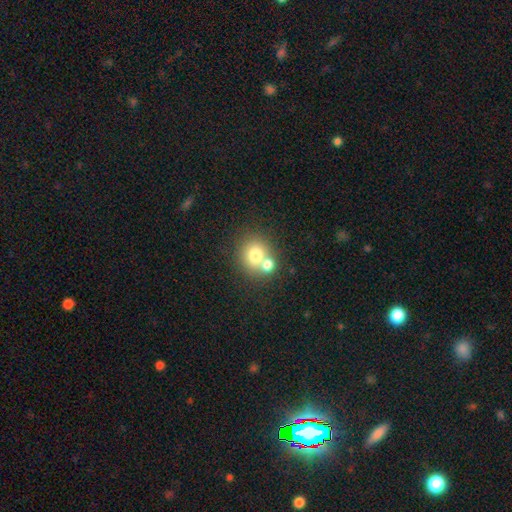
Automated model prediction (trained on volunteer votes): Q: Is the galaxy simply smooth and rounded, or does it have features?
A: smooth — 73%.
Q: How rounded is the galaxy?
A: round — 78%.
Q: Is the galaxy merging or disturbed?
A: merger — 46%.